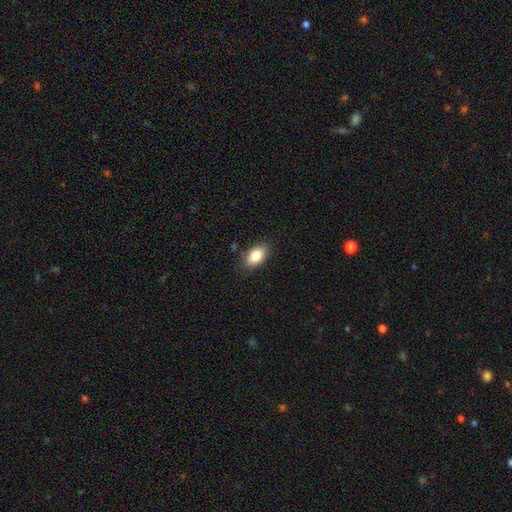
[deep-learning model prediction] The model was most divided on "merging": none: 85%, minor disturbance: 11%, major disturbance: 3%, merger: 1%. More confident: how rounded — in between (91%); smooth or featured — smooth (84%).